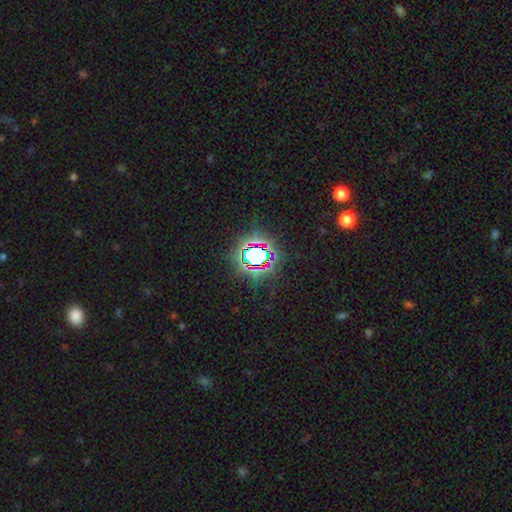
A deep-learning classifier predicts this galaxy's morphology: A star or artifact, not a galaxy (73%).